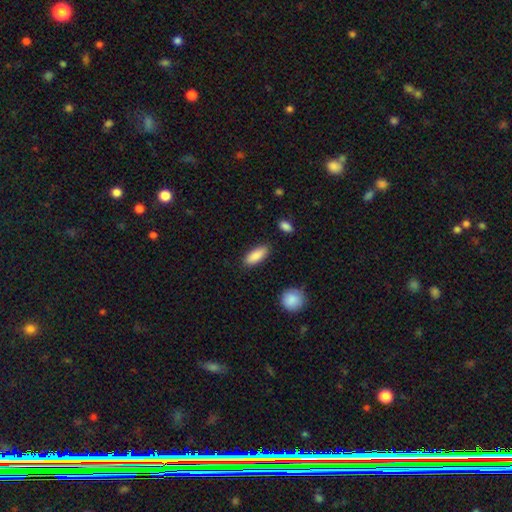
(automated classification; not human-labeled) smooth_or_featured: smooth (p=0.88) [alt: star or artifact p=0.06]
how_rounded: in between (p=0.74) [alt: cigar-shaped p=0.24]
merging: none (p=0.86) [alt: minor disturbance p=0.10]